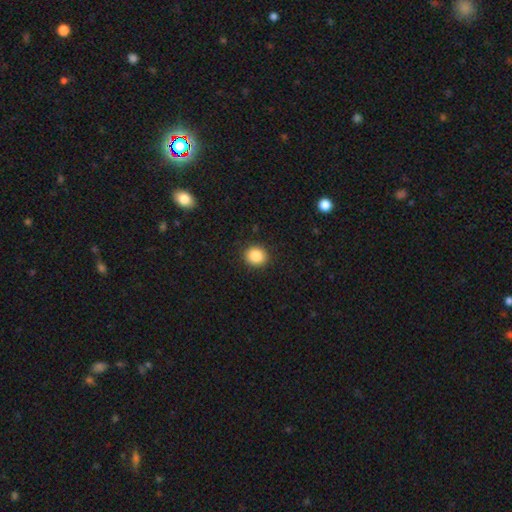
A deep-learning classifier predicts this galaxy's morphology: This appears to be a smooth galaxy with no disk features (87%) that is round (83%). Merging: none (91%).